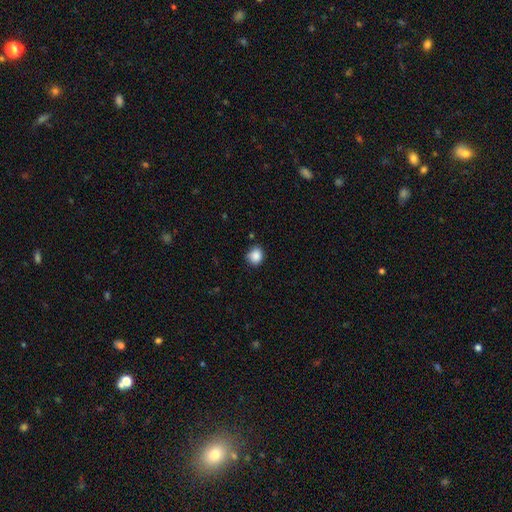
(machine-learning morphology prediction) Q: Smooth or featured?
A: smooth (87%); runner-up: star or artifact (10%)
Q: How rounded?
A: round (77%); runner-up: in between (22%)
Q: Merging?
A: none (80%); runner-up: minor disturbance (16%)